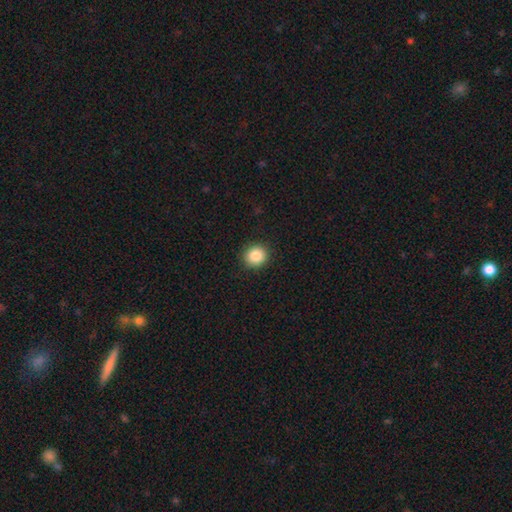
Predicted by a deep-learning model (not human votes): This is clearly a smooth galaxy (86%). How rounded: clearly round (88%). Merging: clearly none (91%).